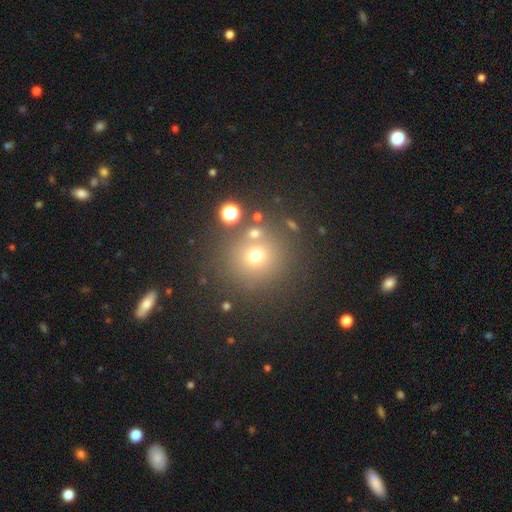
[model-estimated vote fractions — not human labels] Smooth or featured?
  - smooth: 65% *
  - star or artifact: 23%
  - featured or disk: 12%
How rounded?
  - round: 92% *
  - in between: 7%
  - cigar-shaped: 1%
Merging?
  - none: 77% *
  - merger: 10%
  - minor disturbance: 8%
  - major disturbance: 4%